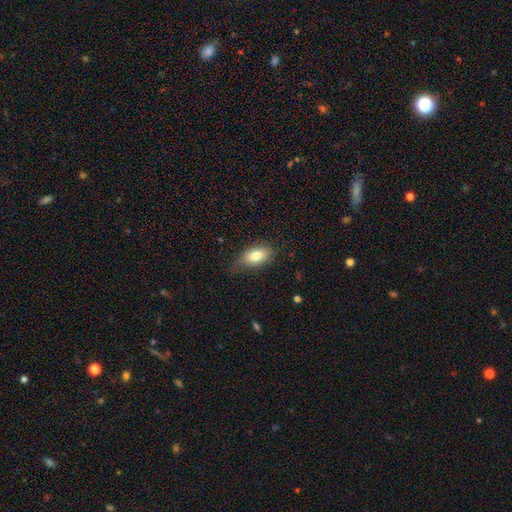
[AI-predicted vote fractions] Smooth or featured: smooth — 78% (featured or disk — 14%)
How rounded: in between — 89% (round — 7%)
Merging: none — 64% (minor disturbance — 27%)